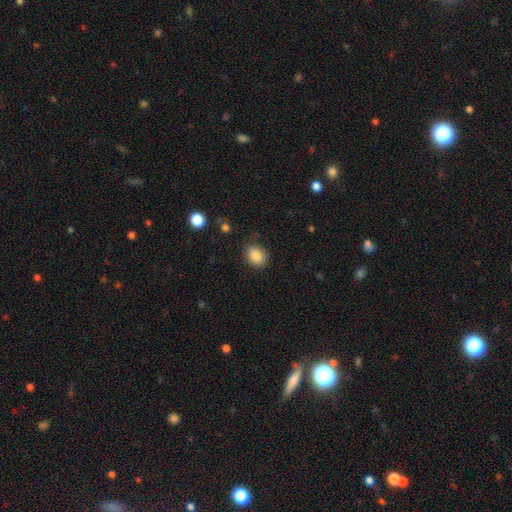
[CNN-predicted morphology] A smooth galaxy with no disk features (86%) that is in between round and cigar-shaped (56%). Merging: none (84%).